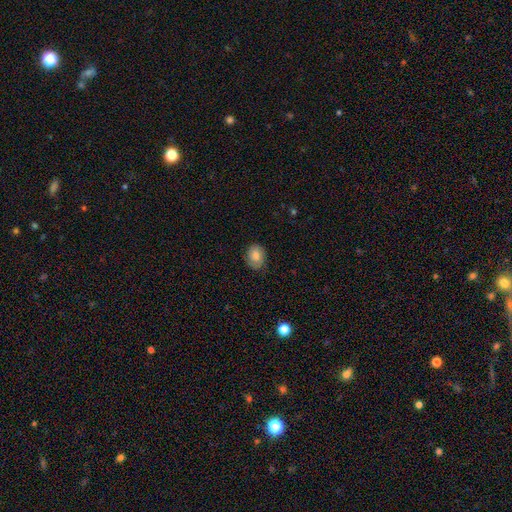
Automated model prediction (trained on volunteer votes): smooth-or-featured: smooth: 80% | featured or disk: 13% | star or artifact: 8%
  how-rounded: in between: 58% | round: 41% | cigar-shaped: 1%
  merging: none: 80% | minor disturbance: 16% | major disturbance: 3% | merger: 1%